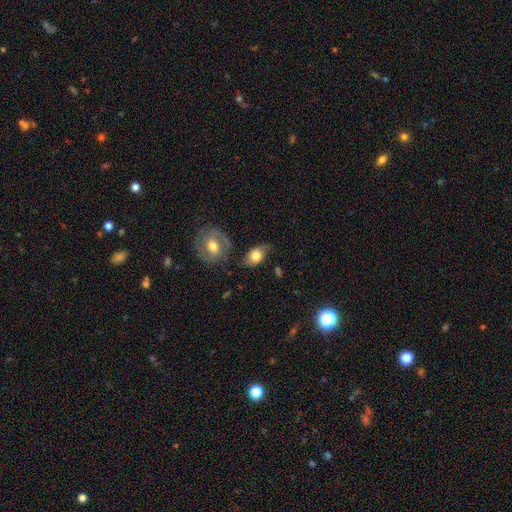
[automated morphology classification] smooth-or-featured: smooth: 67% | featured or disk: 26% | star or artifact: 8%
  how-rounded: in between: 77% | round: 21% | cigar-shaped: 2%
  merging: none: 59% | minor disturbance: 26% | major disturbance: 8% | merger: 7%